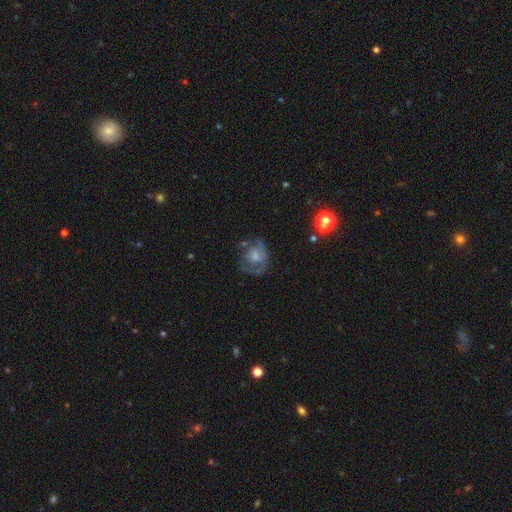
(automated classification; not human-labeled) Morphology: type=featured or disk (51%); edge-on=no (97%); merging=none (44%).